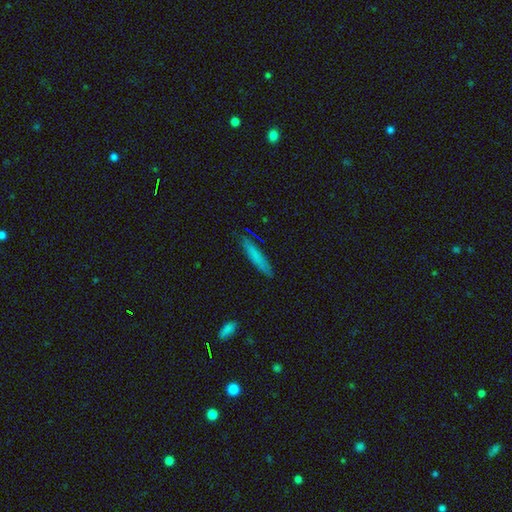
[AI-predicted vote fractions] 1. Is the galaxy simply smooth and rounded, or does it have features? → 74% smooth, 19% featured or disk, 7% star or artifact.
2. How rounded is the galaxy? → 90% cigar-shaped, 8% in between, 1% round.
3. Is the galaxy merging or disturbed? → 87% none, 10% minor disturbance, 2% major disturbance, 1% merger.